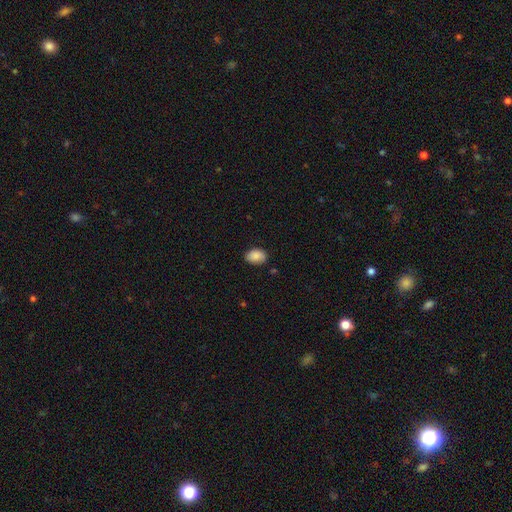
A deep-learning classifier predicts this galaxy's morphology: Smooth or featured?
  - smooth: 88% *
  - star or artifact: 7%
  - featured or disk: 5%
How rounded?
  - in between: 83% *
  - round: 16%
  - cigar-shaped: 1%
Merging?
  - none: 83% *
  - minor disturbance: 13%
  - major disturbance: 2%
  - merger: 1%